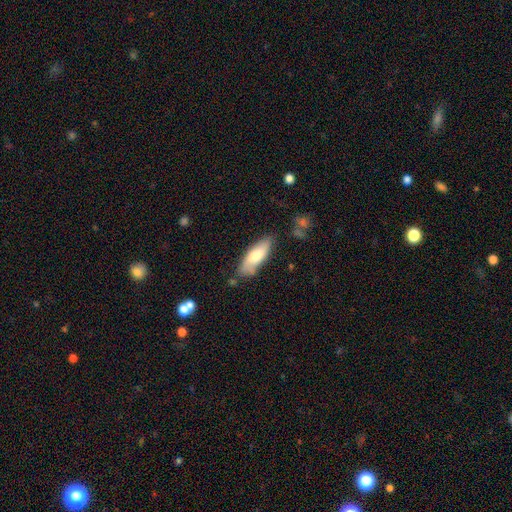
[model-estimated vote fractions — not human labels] Smooth or featured? Predicted: smooth (p=0.70). How rounded? Predicted: in between (p=0.62). Merging? Predicted: none (p=0.75).